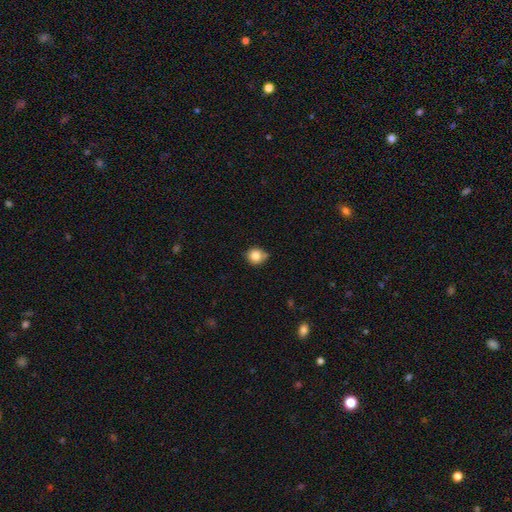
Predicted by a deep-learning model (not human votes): smooth-or-featured: smooth: 83% | star or artifact: 10% | featured or disk: 7%
  how-rounded: round: 85% | in between: 14% | cigar-shaped: 1%
  merging: none: 68% | minor disturbance: 23% | merger: 6% | major disturbance: 4%